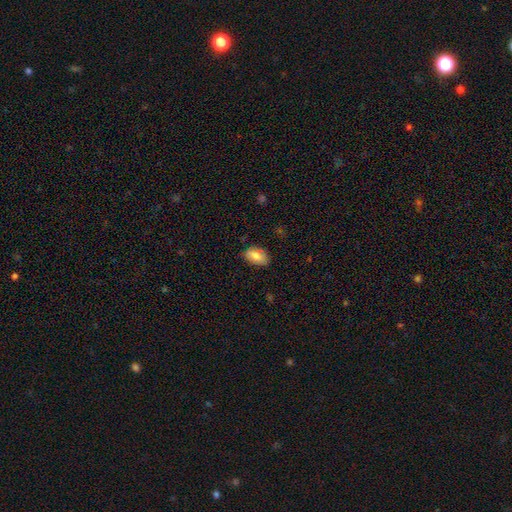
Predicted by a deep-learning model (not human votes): Smooth or featured?
  - smooth: 75% *
  - featured or disk: 18%
  - star or artifact: 7%
How rounded?
  - in between: 92% *
  - round: 7%
  - cigar-shaped: 2%
Merging?
  - none: 78% *
  - minor disturbance: 17%
  - major disturbance: 3%
  - merger: 1%